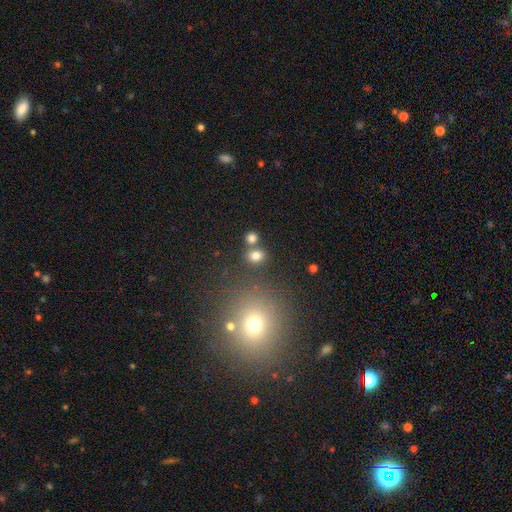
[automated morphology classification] This is likely a smooth galaxy (78%). How rounded: possibly round (59%). Merging: likely none (67%).